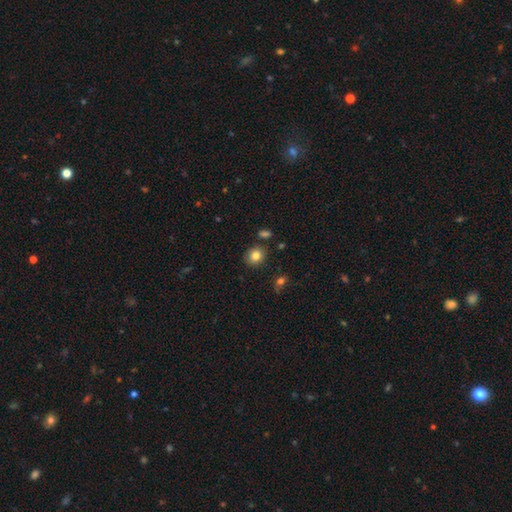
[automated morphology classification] This is clearly a smooth galaxy (83%). How rounded: likely round (73%). Merging: clearly none (84%).